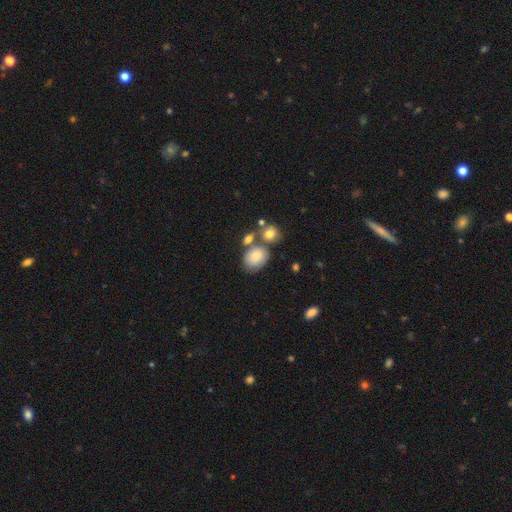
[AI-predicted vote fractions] smooth_or_featured: smooth (p=0.76) [alt: featured or disk p=0.14]
how_rounded: in between (p=0.60) [alt: round p=0.38]
merging: none (p=0.52) [alt: merger p=0.25]